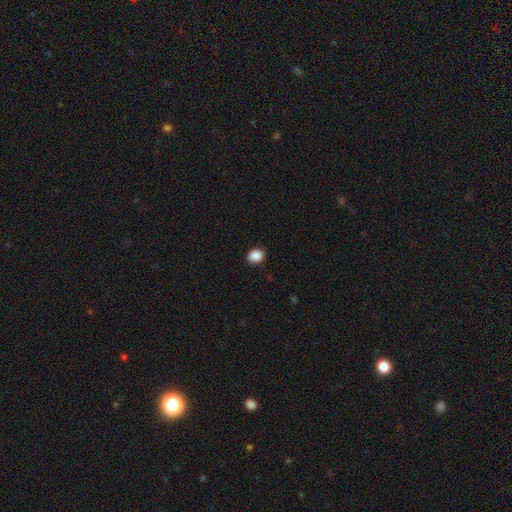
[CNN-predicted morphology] Overall: smooth (89%). How rounded: in between (50%; round 49%). Merging: none (88%).